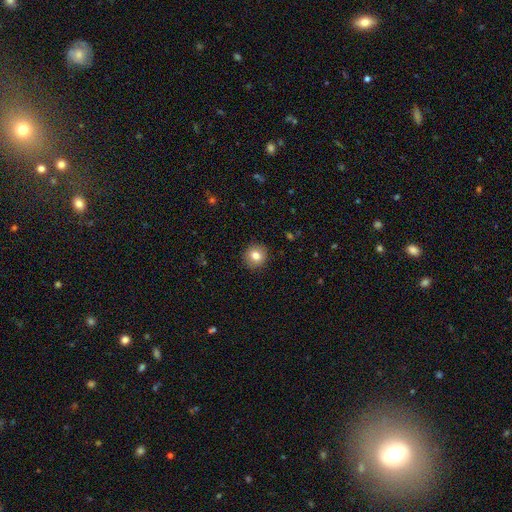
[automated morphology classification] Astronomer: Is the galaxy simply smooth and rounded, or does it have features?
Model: smooth — 81%.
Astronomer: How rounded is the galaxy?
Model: round — 91%.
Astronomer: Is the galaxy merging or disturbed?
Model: none — 92%.